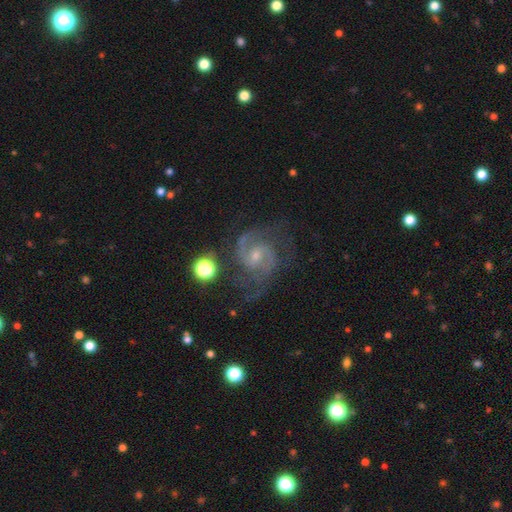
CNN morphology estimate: type=featured or disk (90%); edge-on=no (98%); bar=weak (47%); spiral arms=yes (98%); winding=medium (57%); arm count=2 (81%); bulge=small (61%); merging=none (66%).